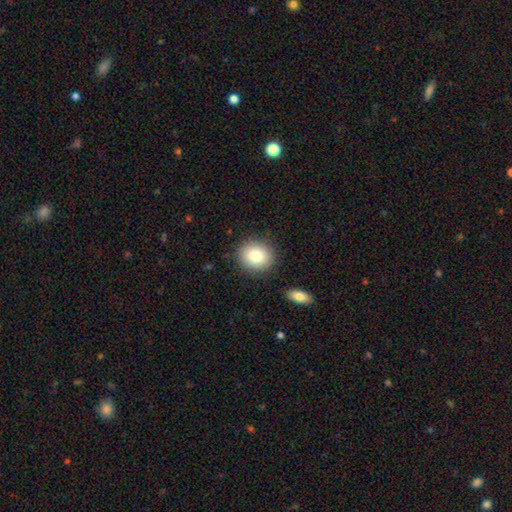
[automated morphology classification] This is clearly a smooth galaxy (82%). How rounded: likely round (73%). Merging: clearly none (87%).